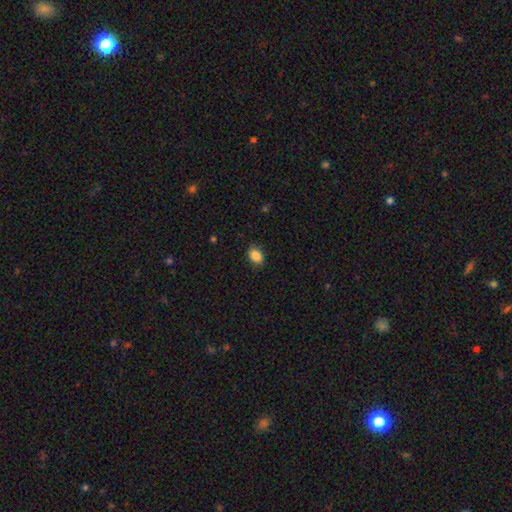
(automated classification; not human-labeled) Morphology: type=smooth (87%); roundness=in between (70%); merging=none (84%).